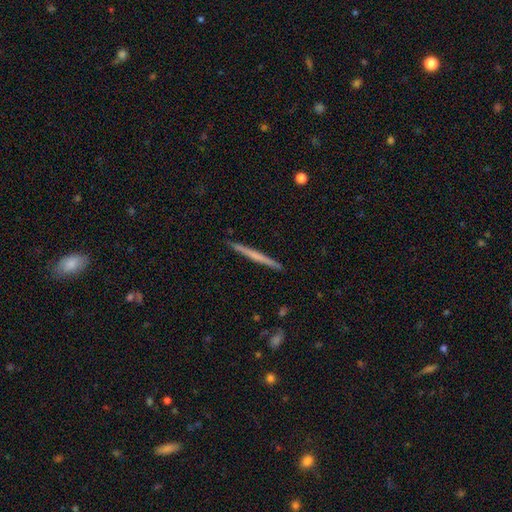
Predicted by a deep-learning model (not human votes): Smooth or featured? Predicted: featured or disk (p=0.52). Edge-on disk? Predicted: yes (p=0.98). Edge-on bulge? Predicted: none (p=0.80). Merging? Predicted: none (p=0.92).